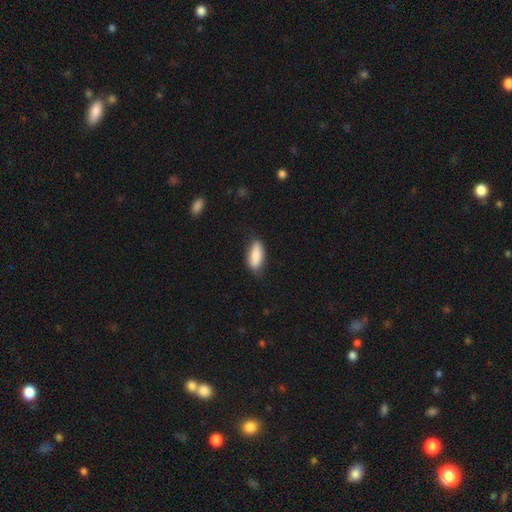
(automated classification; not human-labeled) This is clearly a smooth galaxy (84%). How rounded: likely in between (78%). Merging: likely none (73%).